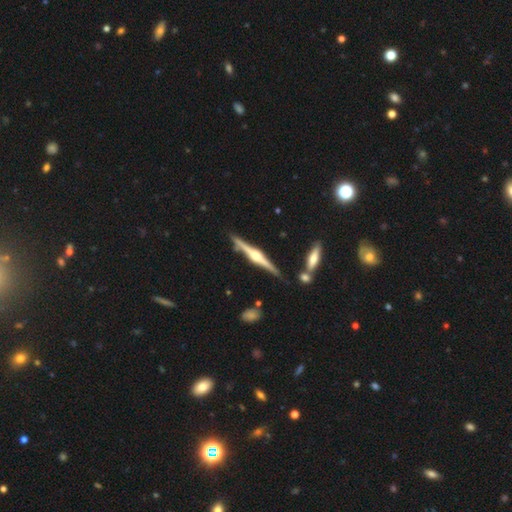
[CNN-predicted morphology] Overall: featured or disk (84%). Edge-on disk: yes (98%). Edge-on bulge: rounded (89%). Merging: none (83%).